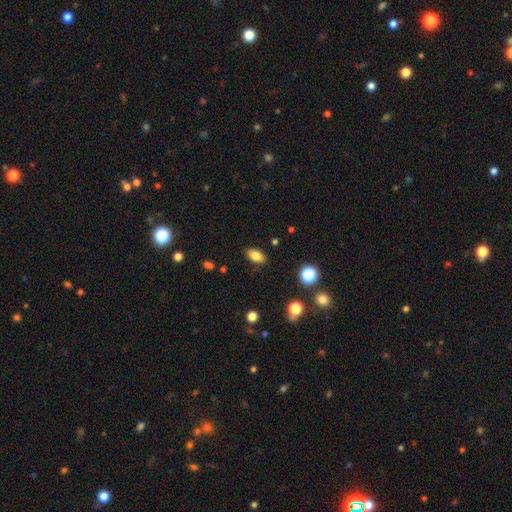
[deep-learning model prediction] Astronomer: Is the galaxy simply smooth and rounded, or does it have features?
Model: smooth — 81%.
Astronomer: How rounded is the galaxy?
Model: in between — 89%.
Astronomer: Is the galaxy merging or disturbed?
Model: none — 87%.